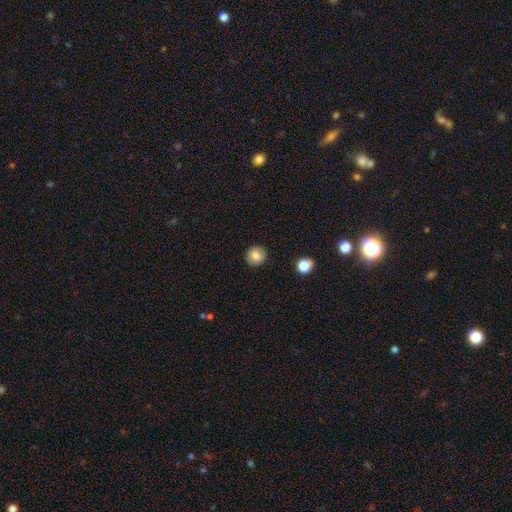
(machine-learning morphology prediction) Overall: smooth (83%). How rounded: round (89%). Merging: none (90%).